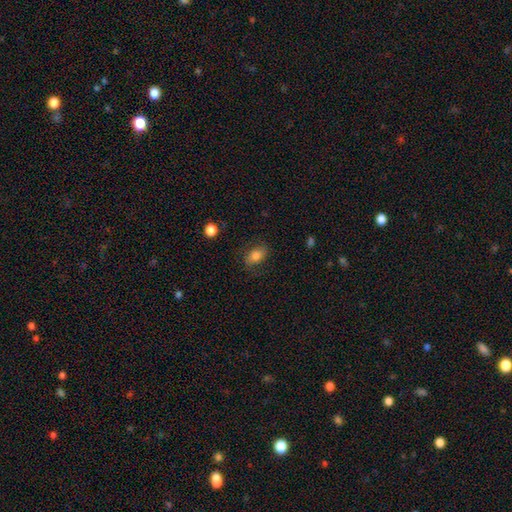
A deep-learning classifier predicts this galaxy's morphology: The model was most divided on "merging": none: 78%, minor disturbance: 16%, major disturbance: 5%, merger: 1%. More confident: how rounded — in between (87%); smooth or featured — smooth (79%).